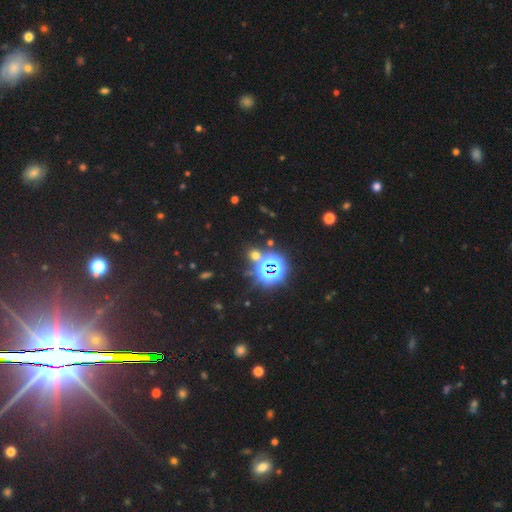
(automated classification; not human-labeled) Smooth or featured? Predicted: star or artifact (p=0.56).